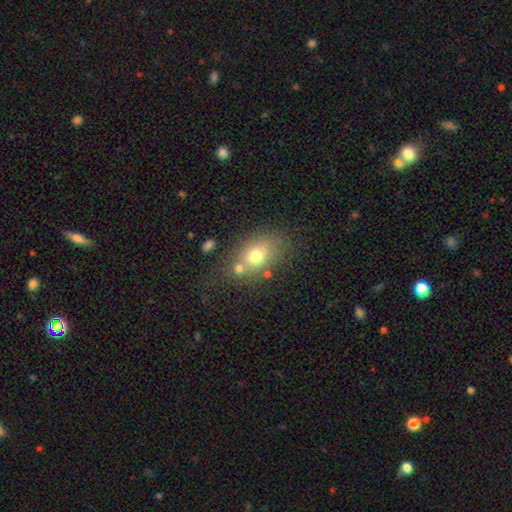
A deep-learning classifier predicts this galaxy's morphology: Smooth or featured? Predicted: smooth (p=0.70). How rounded? Predicted: in between (p=0.72). Merging? Predicted: none (p=0.54).